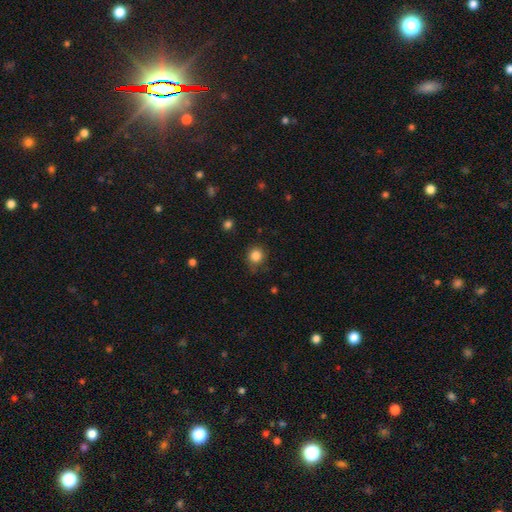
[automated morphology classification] Q: Smooth or featured?
A: smooth (85%); runner-up: star or artifact (11%)
Q: How rounded?
A: round (89%); runner-up: in between (10%)
Q: Merging?
A: none (76%); runner-up: minor disturbance (17%)